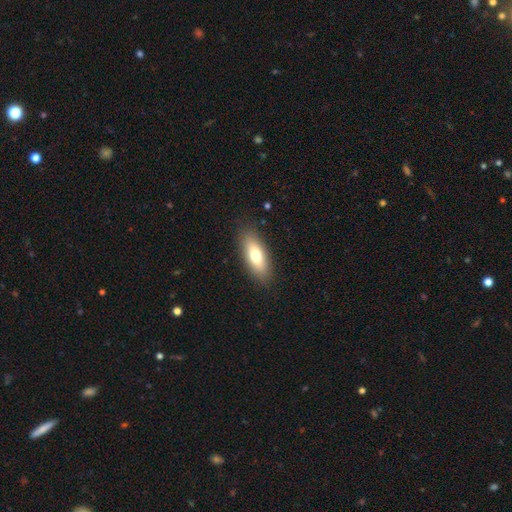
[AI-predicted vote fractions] Overall: smooth (72%). How rounded: in between (72%). Merging: none (87%).